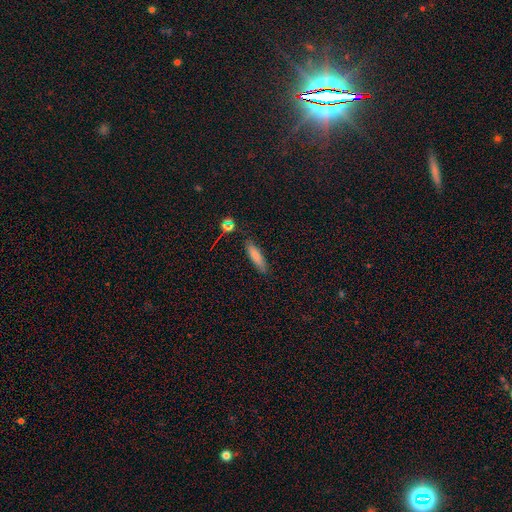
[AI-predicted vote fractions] Morphology: type=smooth (74%); roundness=cigar-shaped (66%); merging=none (82%).